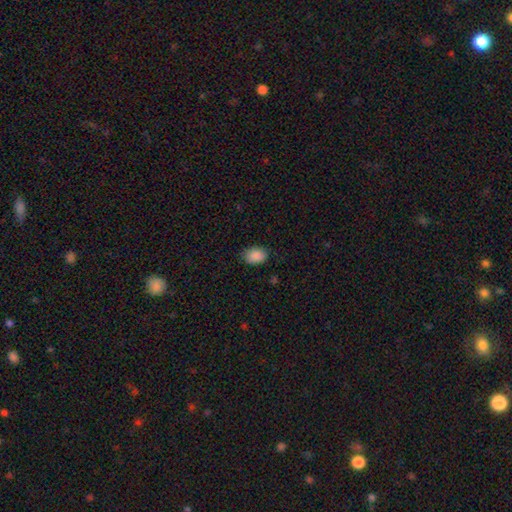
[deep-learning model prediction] A smooth galaxy with no disk features (89%) that is in between round and cigar-shaped (82%).

Vote fractions:
- Smooth or featured? smooth: 89% / star or artifact: 8% / featured or disk: 3%
- How rounded? in between: 82% / round: 17% / cigar-shaped: 1%
- Merging? none: 80% / minor disturbance: 16% / major disturbance: 3% / merger: 1%